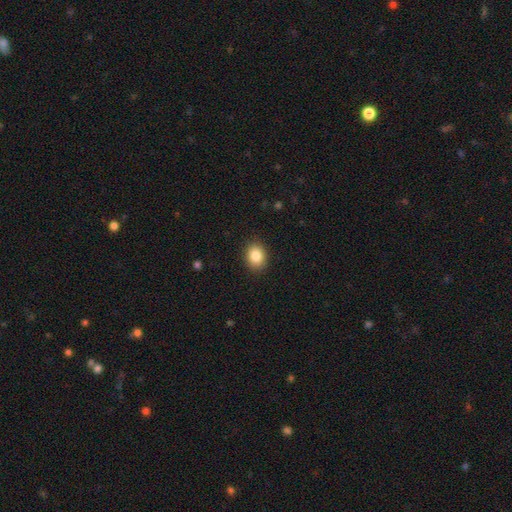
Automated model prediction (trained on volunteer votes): This appears to be a smooth galaxy with no disk features (86%) that is in between round and cigar-shaped (52%). Merging: none (89%).